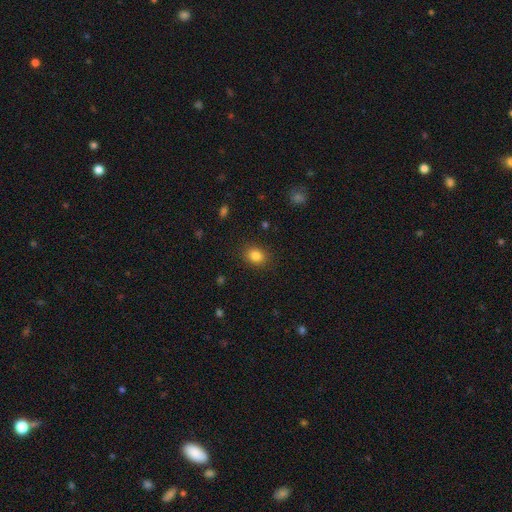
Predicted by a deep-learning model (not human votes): This is clearly a smooth galaxy (84%). How rounded: possibly in between (51%). Merging: clearly none (88%).